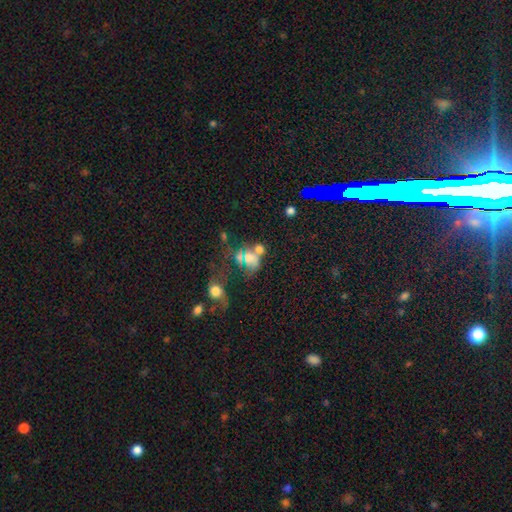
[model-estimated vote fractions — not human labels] Overall: smooth (47%; star or artifact 27%). Merging: merger (43%; none 26%).